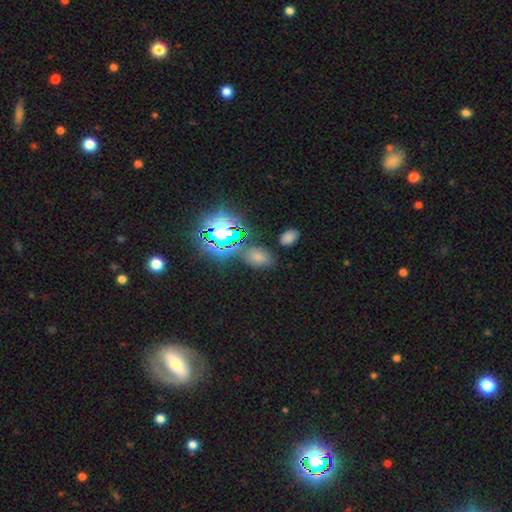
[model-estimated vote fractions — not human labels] smooth-or-featured: smooth: 50% | star or artifact: 41% | featured or disk: 9%
  merging: none: 73% | minor disturbance: 14% | merger: 7% | major disturbance: 6%